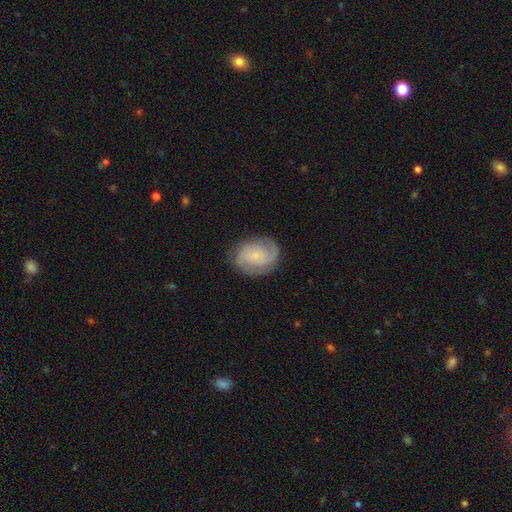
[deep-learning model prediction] featured or disk 72%, smooth 22%, star or artifact 7%. Down the decision tree: edge-on disk — no (98%); bar — no (65%); spiral arms — yes (94%); spiral arm count — 2 (66%); spiral winding — tight (45%); bulge size — small (68%); merging — none (79%).